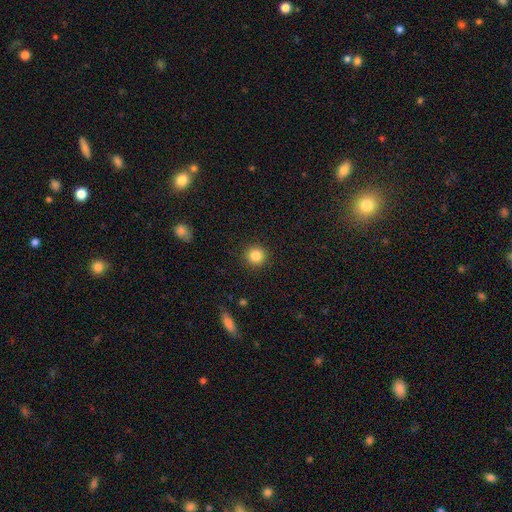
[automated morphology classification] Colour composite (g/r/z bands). It shows a smooth galaxy with no disk features (85%) that is round (94%). Merging: none (91%).